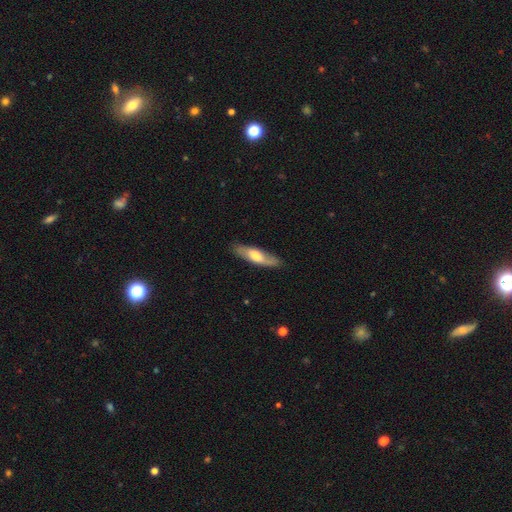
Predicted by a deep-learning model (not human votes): Q: Smooth or featured?
A: smooth (49%); runner-up: featured or disk (46%)
Q: Merging?
A: none (84%); runner-up: minor disturbance (12%)